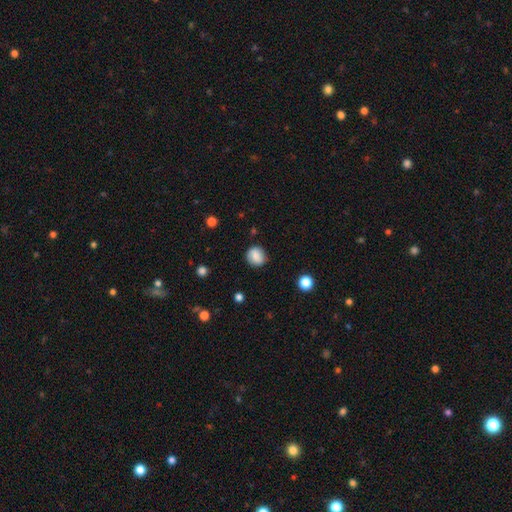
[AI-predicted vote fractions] smooth 80%, featured or disk 11%, star or artifact 9%. Down the decision tree: how rounded — round (81%); merging — none (82%).